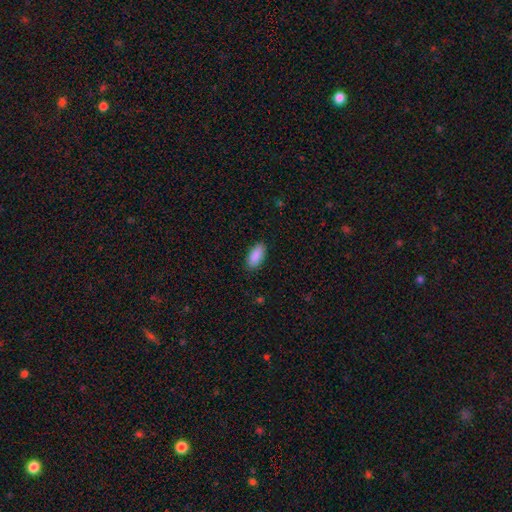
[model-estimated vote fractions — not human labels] Smooth or featured? smooth (90%)
How rounded? in between (91%)
Merging? none (87%)